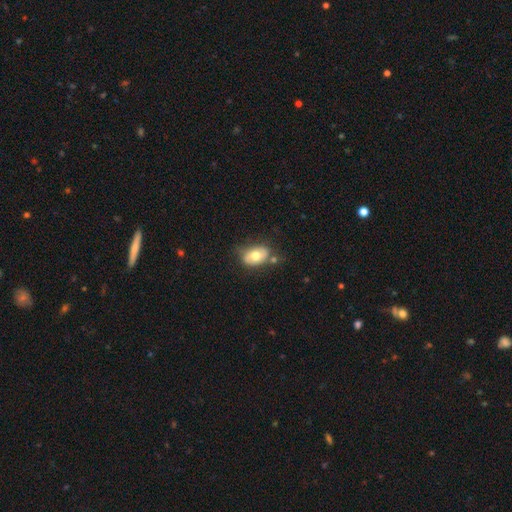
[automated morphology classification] Smooth or featured: smooth — 67% (featured or disk — 26%)
How rounded: in between — 87% (round — 12%)
Merging: none — 59% (minor disturbance — 23%)